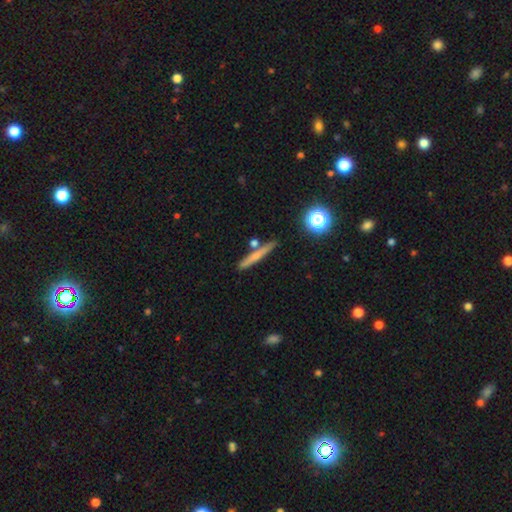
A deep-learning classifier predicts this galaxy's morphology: smooth_or_featured: smooth (p=0.55) [alt: featured or disk p=0.35]
how_rounded: cigar-shaped (p=0.90) [alt: in between p=0.06]
merging: none (p=0.79) [alt: minor disturbance p=0.10]